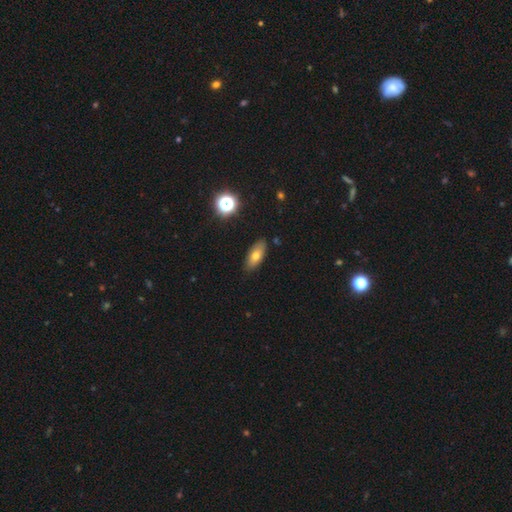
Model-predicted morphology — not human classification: This is likely a smooth galaxy (70%). How rounded: clearly in between (81%). Merging: clearly none (85%).